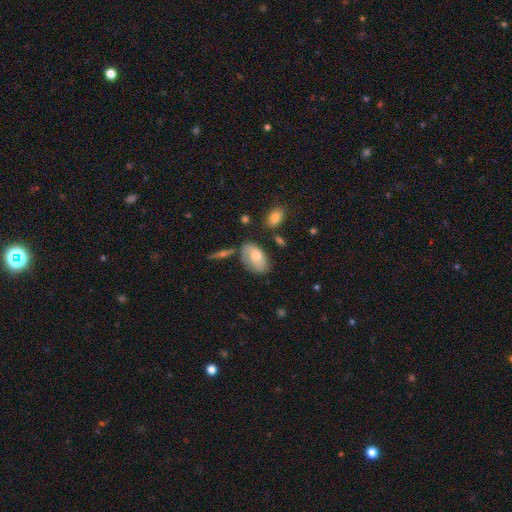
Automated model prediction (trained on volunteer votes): The model was most divided on "merging": none: 58%, minor disturbance: 26%, major disturbance: 8%, merger: 8%. More confident: how rounded — in between (93%); smooth or featured — smooth (66%).